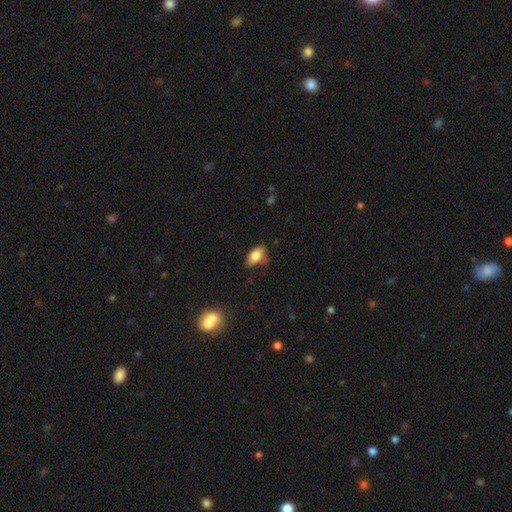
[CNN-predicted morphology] The model was most divided on "merging": none: 62%, minor disturbance: 28%, major disturbance: 7%, merger: 4%. More confident: how rounded — in between (90%); smooth or featured — smooth (80%).